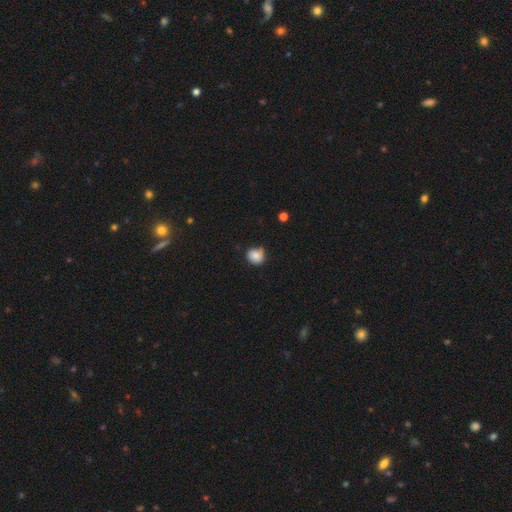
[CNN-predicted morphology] Smooth or featured?
  - smooth: 84% *
  - star or artifact: 9%
  - featured or disk: 7%
How rounded?
  - round: 80% *
  - in between: 19%
  - cigar-shaped: 1%
Merging?
  - none: 63% *
  - minor disturbance: 29%
  - major disturbance: 5%
  - merger: 2%